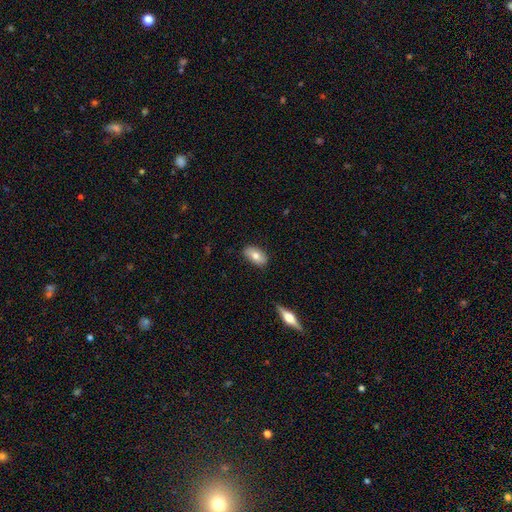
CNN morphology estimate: smooth-or-featured: smooth: 74% | featured or disk: 19% | star or artifact: 7%
  how-rounded: in between: 92% | round: 5% | cigar-shaped: 3%
  merging: none: 84% | minor disturbance: 12% | major disturbance: 2% | merger: 1%